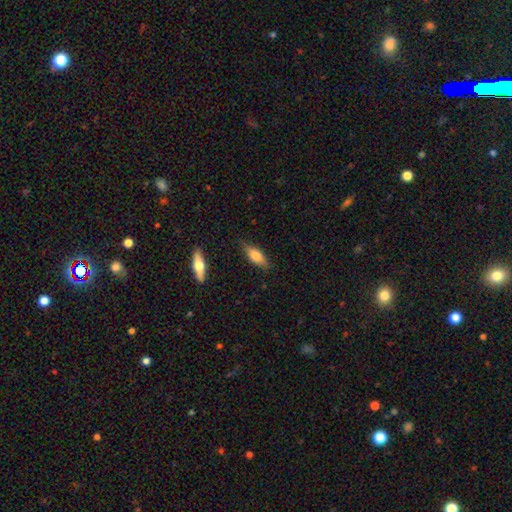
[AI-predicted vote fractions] Smooth or featured? smooth (67%)
How rounded? in between (65%)
Merging? none (78%)